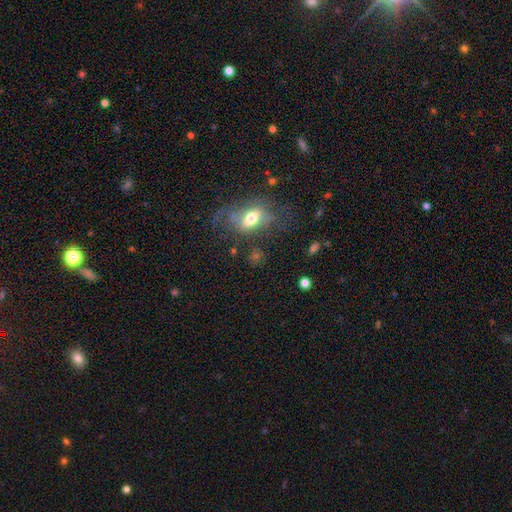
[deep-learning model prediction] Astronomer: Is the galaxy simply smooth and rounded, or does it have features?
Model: smooth — 46% (runner-up: featured or disk, 36%).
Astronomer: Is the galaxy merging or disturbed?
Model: none — 53%.